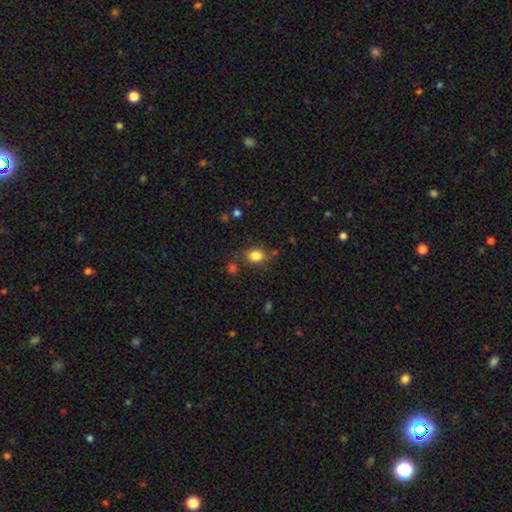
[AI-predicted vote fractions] This is clearly a smooth galaxy (82%). How rounded: possibly in between (51%). Merging: likely none (70%).